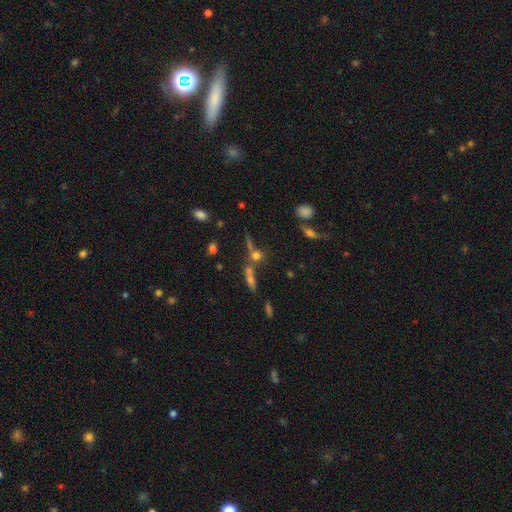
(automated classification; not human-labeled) Morphology: type=smooth (55%); roundness=round (71%); merging=none (44%).